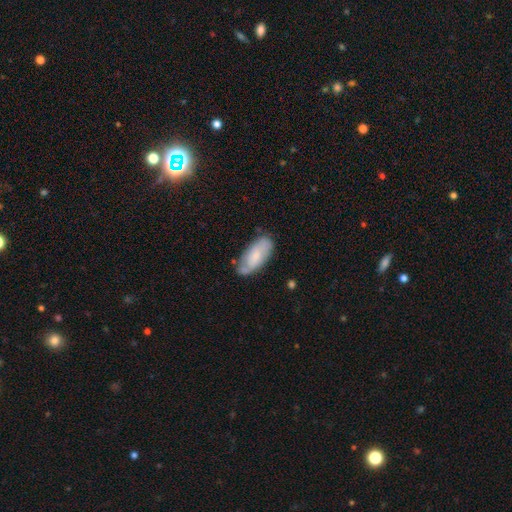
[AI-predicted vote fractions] Smooth or featured? smooth (60%)
How rounded? in between (87%)
Merging? none (64%)